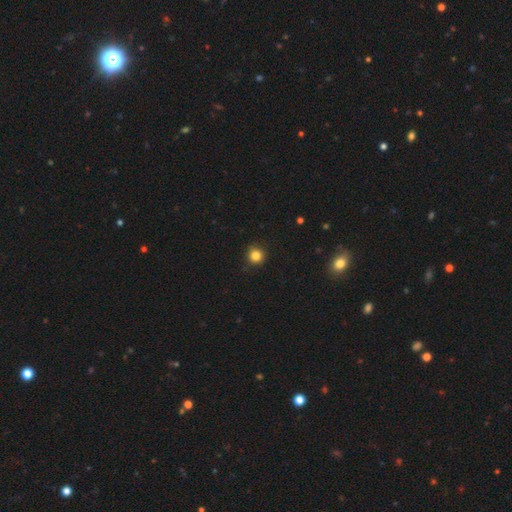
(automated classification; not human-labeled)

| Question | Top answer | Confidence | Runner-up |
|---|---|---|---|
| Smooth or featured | smooth | 84% | star or artifact (12%) |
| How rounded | round | 94% | in between (5%) |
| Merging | none | 91% | minor disturbance (7%) |